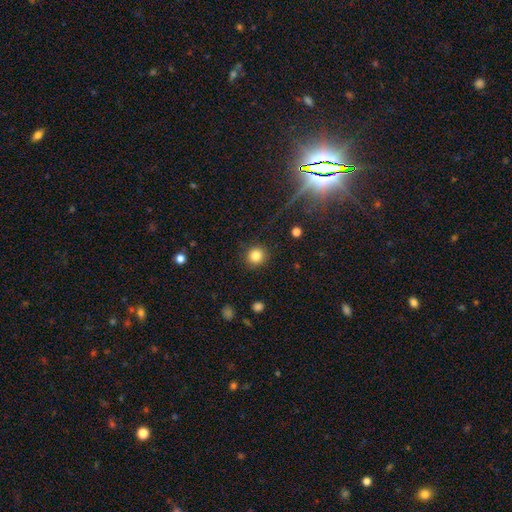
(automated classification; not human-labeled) The model was most divided on "smooth or featured": smooth: 83%, star or artifact: 12%, featured or disk: 5%. More confident: how rounded — round (92%); merging — none (90%).